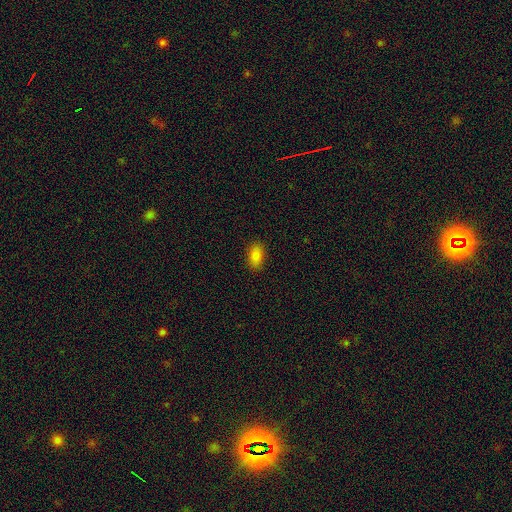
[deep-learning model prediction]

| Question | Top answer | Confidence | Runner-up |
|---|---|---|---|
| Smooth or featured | smooth | 83% | star or artifact (10%) |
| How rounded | in between | 90% | round (8%) |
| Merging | none | 88% | minor disturbance (9%) |